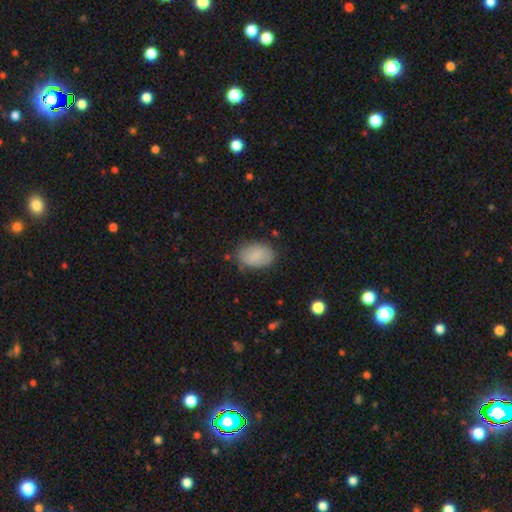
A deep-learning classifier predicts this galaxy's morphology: This appears to be a smooth galaxy with no disk features (86%) that is in between round and cigar-shaped (87%). Merging: none (76%).